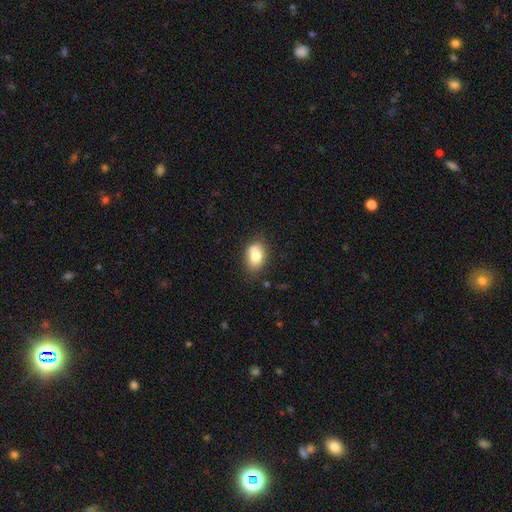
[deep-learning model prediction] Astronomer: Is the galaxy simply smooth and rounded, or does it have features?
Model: smooth — 78%.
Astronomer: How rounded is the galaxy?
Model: in between — 78%.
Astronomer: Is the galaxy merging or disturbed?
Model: none — 70%.